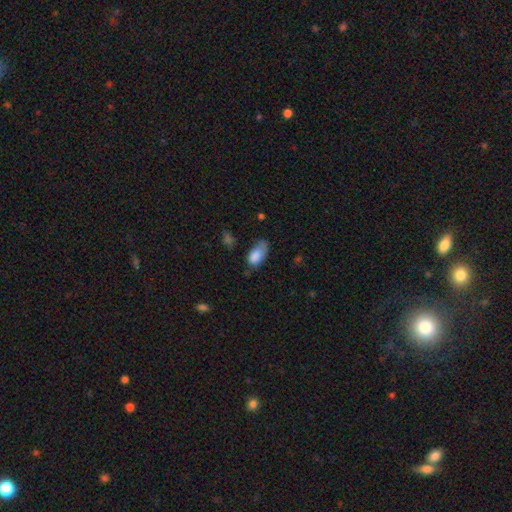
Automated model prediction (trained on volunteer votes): Smooth or featured: smooth — 82% (featured or disk — 10%)
How rounded: in between — 92% (cigar-shaped — 4%)
Merging: none — 40% (minor disturbance — 37%)